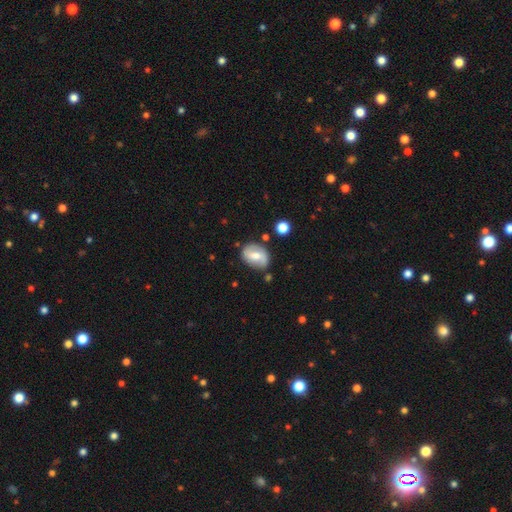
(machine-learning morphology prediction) A featured or disk galaxy (54%) with a weak bar (46%), spiral arms (77%) and a moderate central bulge (65%). Merging: none (75%).